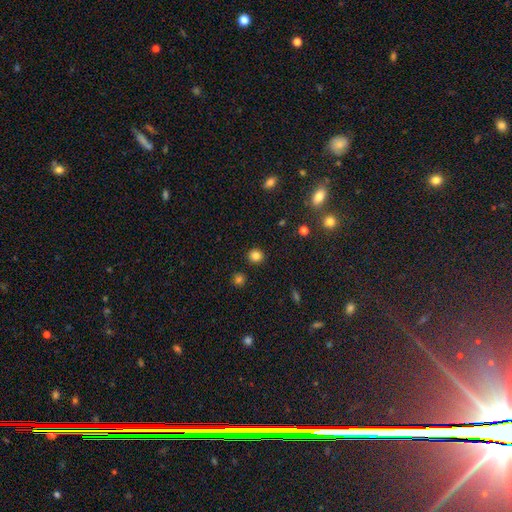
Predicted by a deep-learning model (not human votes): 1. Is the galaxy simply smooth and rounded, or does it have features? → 83% smooth, 13% star or artifact, 4% featured or disk.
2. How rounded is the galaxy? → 88% round, 11% in between, 1% cigar-shaped.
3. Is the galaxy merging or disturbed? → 90% none, 6% minor disturbance, 2% merger, 2% major disturbance.